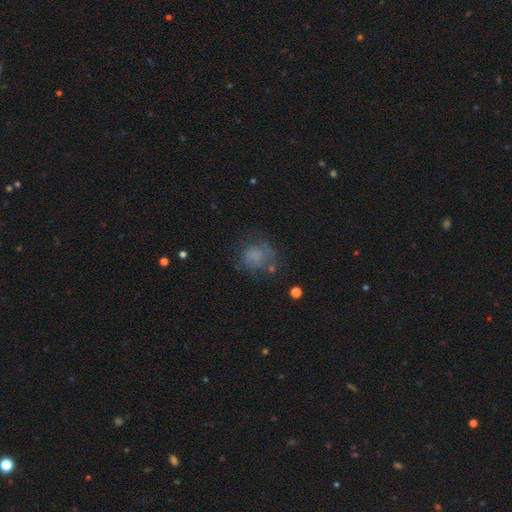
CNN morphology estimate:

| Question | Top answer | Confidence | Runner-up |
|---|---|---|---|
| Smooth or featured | smooth | 56% | featured or disk (28%) |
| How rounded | round | 70% | in between (29%) |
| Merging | none | 52% | minor disturbance (22%) |